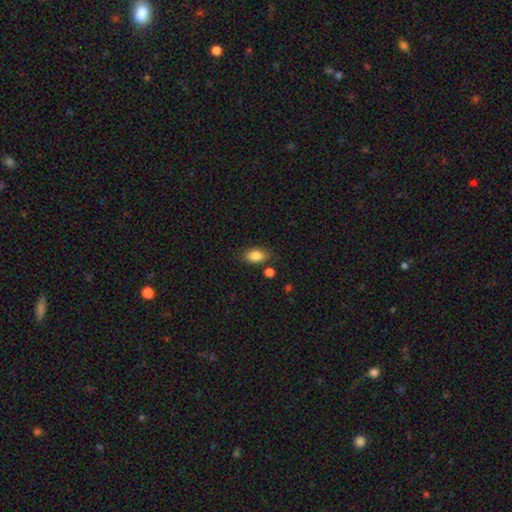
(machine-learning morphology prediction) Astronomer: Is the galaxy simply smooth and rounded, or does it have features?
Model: smooth — 85%.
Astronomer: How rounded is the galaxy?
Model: in between — 87%.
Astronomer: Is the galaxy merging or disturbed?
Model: none — 78%.